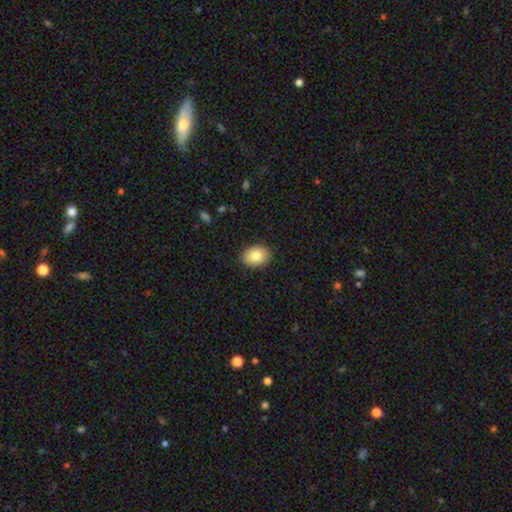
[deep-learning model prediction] Smooth or featured? Predicted: smooth (p=0.84). How rounded? Predicted: in between (p=0.68). Merging? Predicted: none (p=0.89).